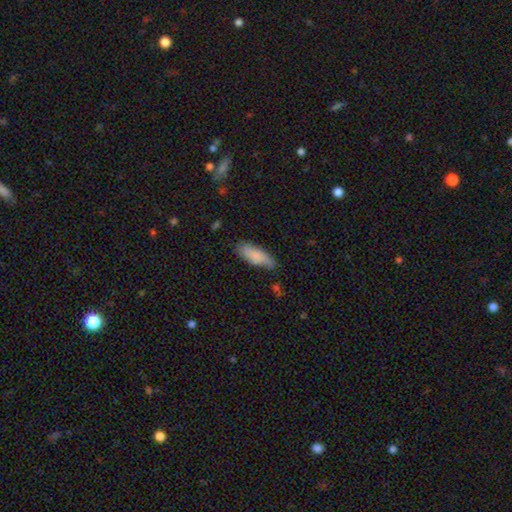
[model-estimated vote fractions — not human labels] Overall: smooth (80%). How rounded: in between (64%; cigar-shaped 34%). Merging: none (67%).